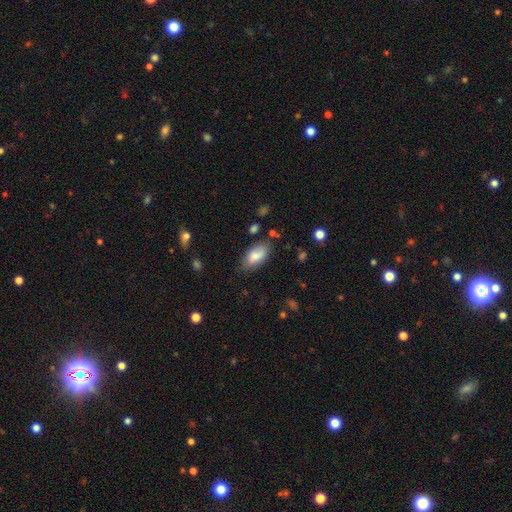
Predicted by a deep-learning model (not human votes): smooth_or_featured: smooth (p=0.80) [alt: featured or disk p=0.13]
how_rounded: in between (p=0.92) [alt: cigar-shaped p=0.05]
merging: none (p=0.69) [alt: minor disturbance p=0.23]